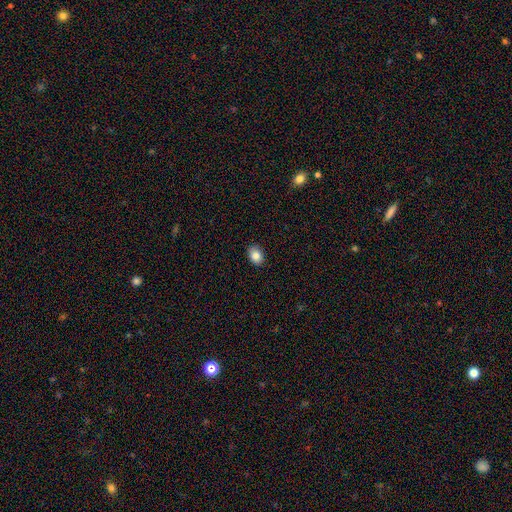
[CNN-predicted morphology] A smooth galaxy with no disk features (85%) that is in between round and cigar-shaped (70%). Merging: none (89%).